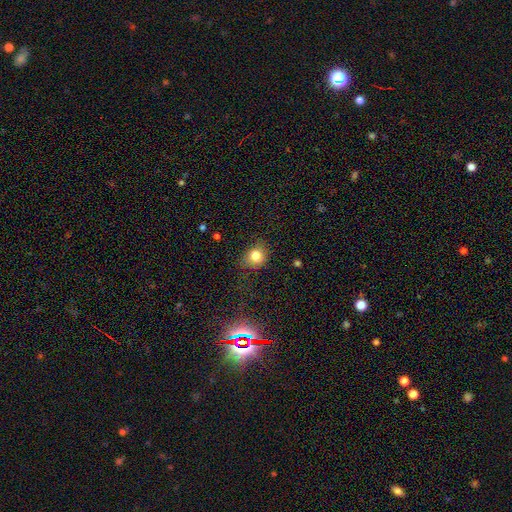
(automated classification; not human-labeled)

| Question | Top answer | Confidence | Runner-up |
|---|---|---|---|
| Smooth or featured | smooth | 80% | star or artifact (12%) |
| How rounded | round | 68% | in between (31%) |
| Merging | none | 69% | minor disturbance (22%) |